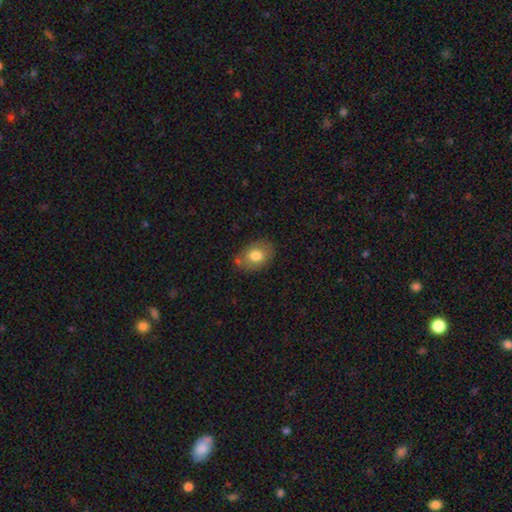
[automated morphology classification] A smooth galaxy with no disk features (78%) that is in between round and cigar-shaped (75%). Merging: none (73%).